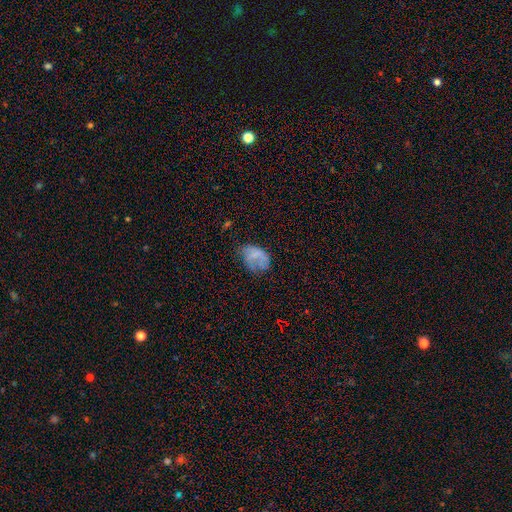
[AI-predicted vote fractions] Smooth or featured: smooth — 61% (featured or disk — 26%)
How rounded: in between — 76% (round — 23%)
Merging: none — 42% (minor disturbance — 31%)